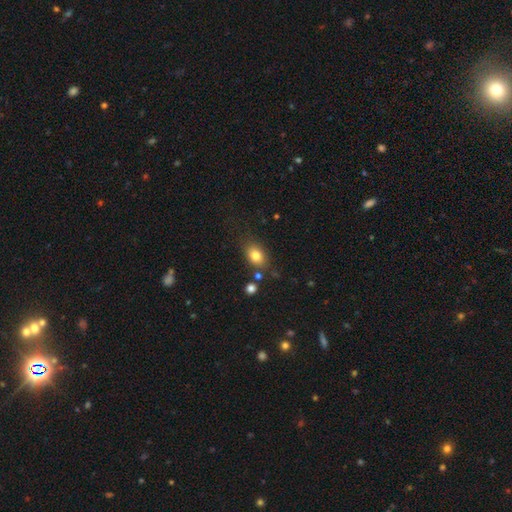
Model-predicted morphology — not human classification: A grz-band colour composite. It shows a smooth galaxy with no disk features (79%) that is in between round and cigar-shaped (73%). Merging: none (75%).